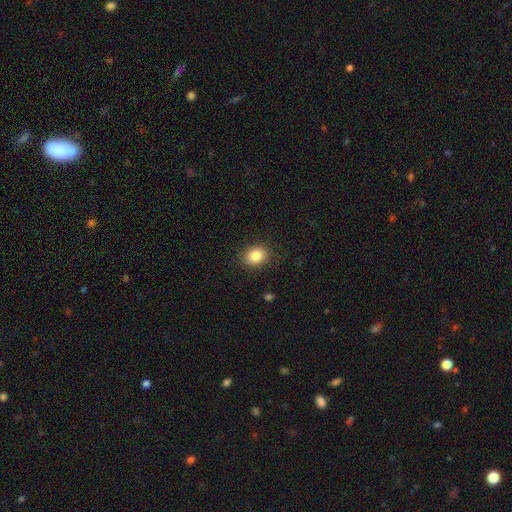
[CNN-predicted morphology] Smooth or featured?
  - smooth: 84% *
  - star or artifact: 10%
  - featured or disk: 6%
How rounded?
  - round: 51% *
  - in between: 49%
  - cigar-shaped: 1%
Merging?
  - none: 88% *
  - minor disturbance: 9%
  - major disturbance: 3%
  - merger: 1%